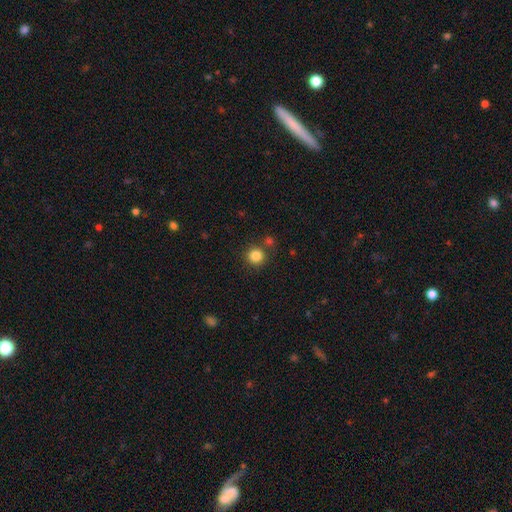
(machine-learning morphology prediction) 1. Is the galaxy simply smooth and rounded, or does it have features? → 84% smooth, 11% star or artifact, 4% featured or disk.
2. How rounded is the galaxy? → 94% round, 5% in between, 1% cigar-shaped.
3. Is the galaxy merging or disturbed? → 82% none, 8% merger, 7% minor disturbance, 3% major disturbance.